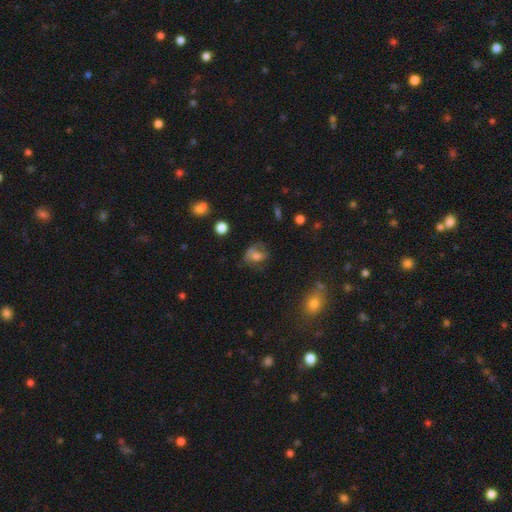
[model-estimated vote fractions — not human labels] A smooth galaxy with no disk features (45%).

Vote fractions:
- Smooth or featured? smooth: 45% / featured or disk: 40% / star or artifact: 15%
- Merging? none: 47% / minor disturbance: 25% / major disturbance: 24% / merger: 3%